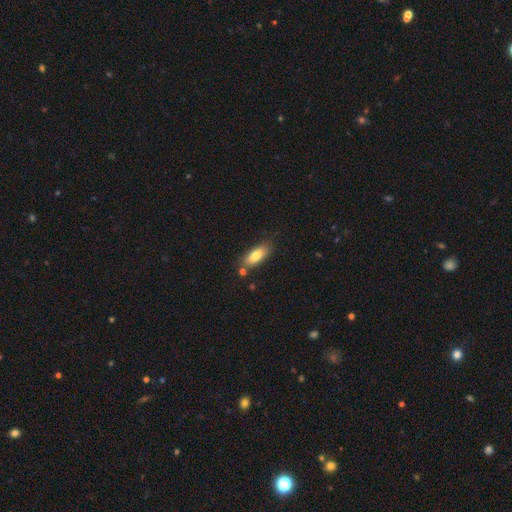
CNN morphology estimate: Q: Smooth or featured?
A: smooth (78%); runner-up: featured or disk (15%)
Q: How rounded?
A: in between (78%); runner-up: cigar-shaped (19%)
Q: Merging?
A: none (74%); runner-up: minor disturbance (15%)